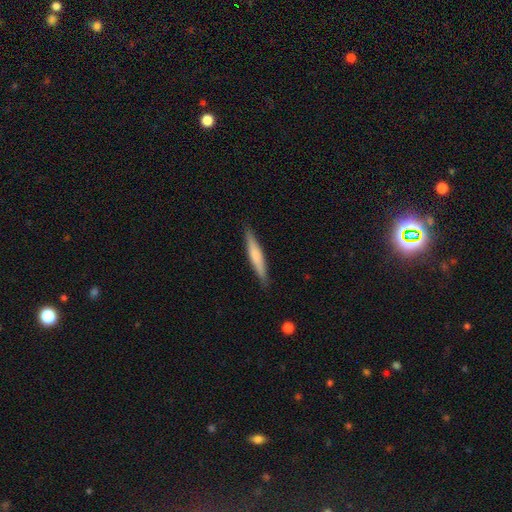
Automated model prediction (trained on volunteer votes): Morphology: type=smooth (60%); roundness=cigar-shaped (92%); merging=none (89%).